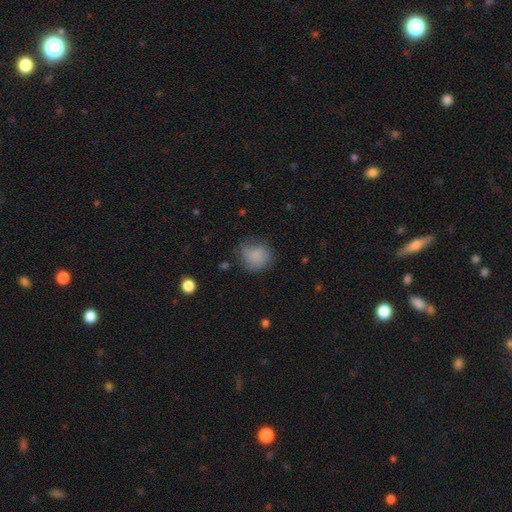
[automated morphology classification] Overall: smooth (80%). How rounded: round (80%). Merging: none (59%; minor disturbance 27%).